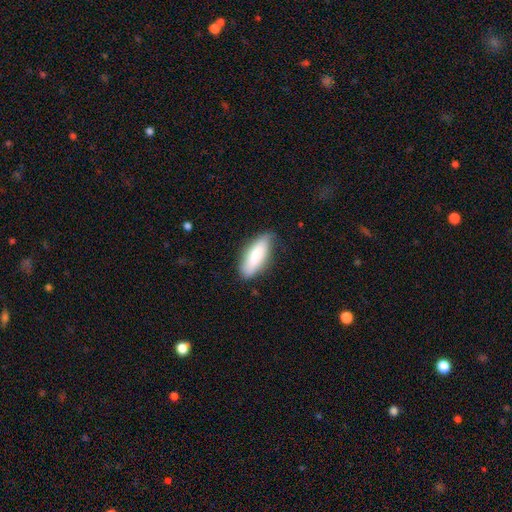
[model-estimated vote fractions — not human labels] smooth-or-featured: smooth: 78% | featured or disk: 17% | star or artifact: 6%
  how-rounded: in between: 68% | cigar-shaped: 30% | round: 2%
  merging: none: 74% | minor disturbance: 21% | major disturbance: 4% | merger: 1%